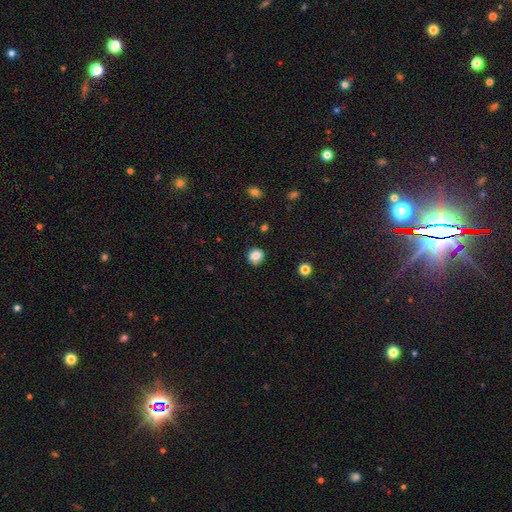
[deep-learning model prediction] A smooth galaxy with no disk features (85%) that is round (74%). Merging: none (79%).